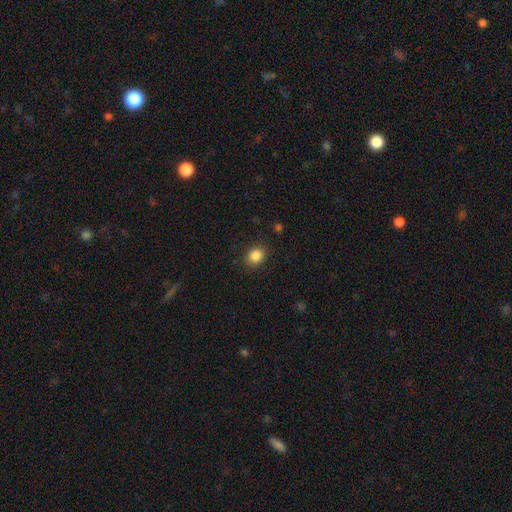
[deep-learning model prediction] Smooth or featured? smooth (86%)
How rounded? round (57%)
Merging? none (87%)